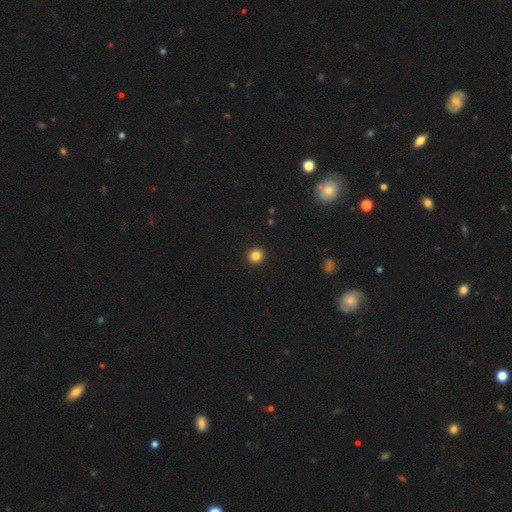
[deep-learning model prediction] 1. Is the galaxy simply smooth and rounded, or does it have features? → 85% smooth, 11% star or artifact, 4% featured or disk.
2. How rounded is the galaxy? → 86% round, 13% in between, 1% cigar-shaped.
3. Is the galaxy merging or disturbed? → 93% none, 5% minor disturbance, 2% major disturbance, 1% merger.